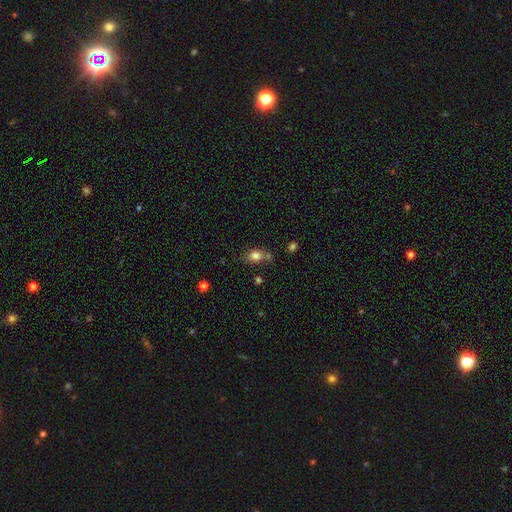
Smooth or featured? 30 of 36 (83%) said smooth. How rounded? 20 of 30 (67%) said in between. Merging? 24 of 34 (71%) said none.